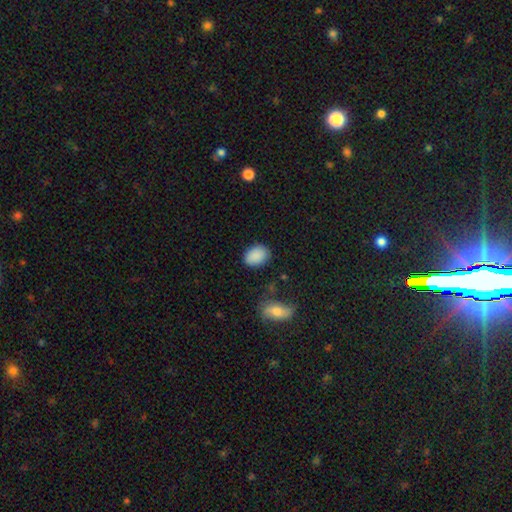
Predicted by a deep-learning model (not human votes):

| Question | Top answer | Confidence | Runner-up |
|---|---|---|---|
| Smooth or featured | smooth | 88% | star or artifact (8%) |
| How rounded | in between | 78% | round (21%) |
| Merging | none | 81% | minor disturbance (13%) |